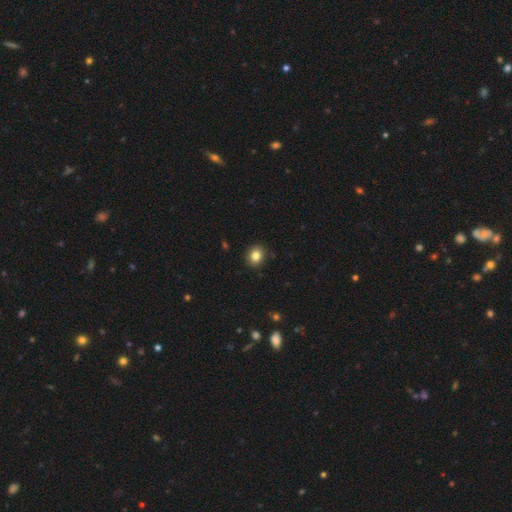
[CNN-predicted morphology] Q: Smooth or featured?
A: smooth (83%); runner-up: star or artifact (10%)
Q: How rounded?
A: round (67%); runner-up: in between (32%)
Q: Merging?
A: none (90%); runner-up: minor disturbance (7%)